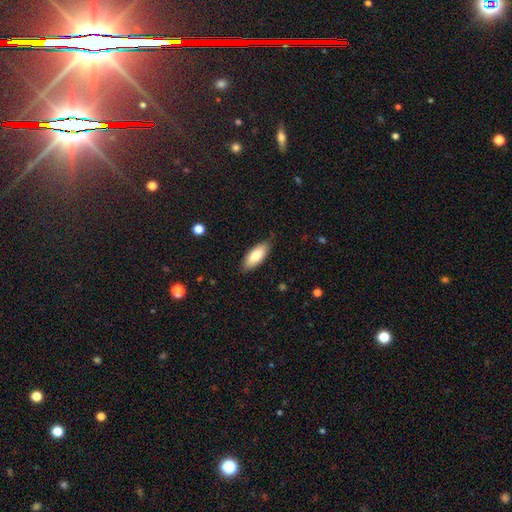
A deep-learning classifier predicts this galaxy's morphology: This appears to be a smooth galaxy with no disk features (79%) that is in between round and cigar-shaped (79%). Merging: none (85%).